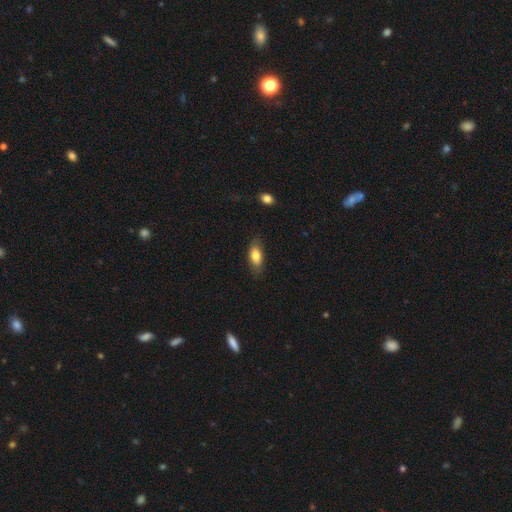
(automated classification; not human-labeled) smooth-or-featured: smooth: 79% | featured or disk: 14% | star or artifact: 7%
  how-rounded: in between: 84% | cigar-shaped: 12% | round: 4%
  merging: none: 78% | minor disturbance: 17% | major disturbance: 4% | merger: 1%